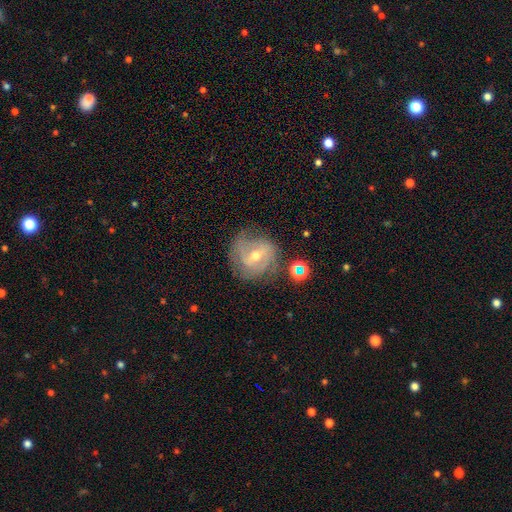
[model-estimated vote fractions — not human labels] smooth-or-featured: featured or disk: 76% | smooth: 15% | star or artifact: 9%
  disk-edge-on: no: 96% | yes: 4%
    bar: weak: 49% | no: 27% | strong: 24%
    has-spiral-arms: yes: 88% | no: 12%
      spiral-winding: tight: 51% | medium: 36% | loose: 13%
      spiral-arm-count: 2: 39% | can't tell: 31% | 3: 17% | 1: 5% | 4: 5% | more than 4: 3%
    bulge-size: moderate: 59% | small: 37% | large: 2% | none: 1% | dominant: 1%
  merging: none: 68% | minor disturbance: 19% | major disturbance: 9% | merger: 4%